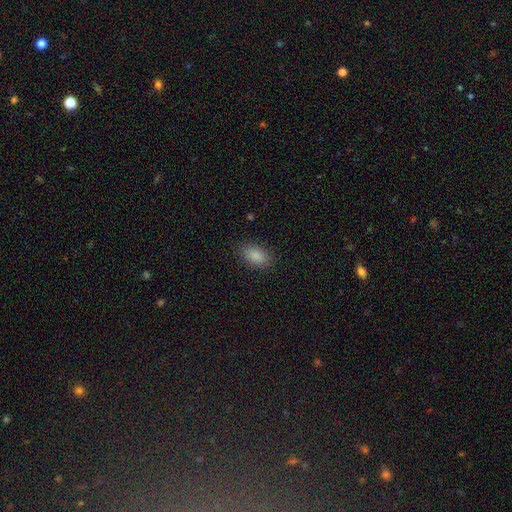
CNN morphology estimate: Smooth or featured? smooth (88%)
How rounded? in between (90%)
Merging? none (86%)